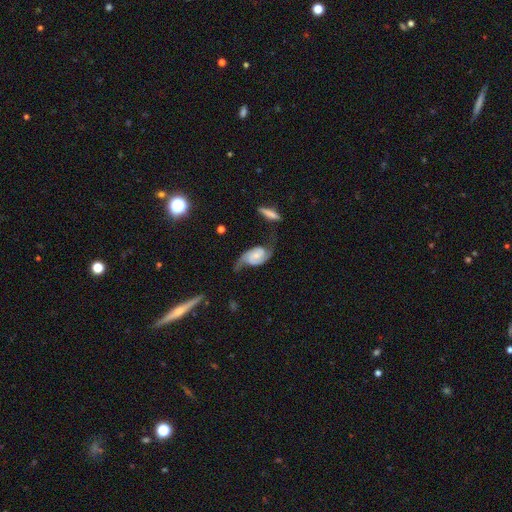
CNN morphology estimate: Smooth or featured?
  - featured or disk: 81% *
  - smooth: 13%
  - star or artifact: 6%
Edge-on disk?
  - no: 96% *
  - yes: 4%
Bar?
  - no: 60% *
  - weak: 31%
  - strong: 9%
Spiral arms?
  - yes: 95% *
  - no: 5%
Spiral winding?
  - medium: 41% *
  - loose: 38%
  - tight: 20%
Spiral arm count?
  - 2: 90% *
  - can't tell: 4%
  - 1: 3%
  - 3: 1%
  - 4: 1%
  - more than 4: 1%
Bulge size?
  - small: 51% *
  - moderate: 27%
  - none: 14%
  - large: 6%
  - dominant: 2%
Merging?
  - none: 50% *
  - minor disturbance: 24%
  - major disturbance: 19%
  - merger: 7%